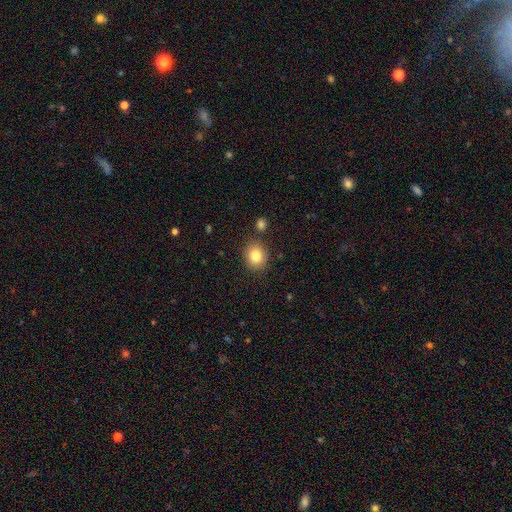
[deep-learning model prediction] This is clearly a smooth galaxy (82%). How rounded: likely round (65%). Merging: clearly none (85%).